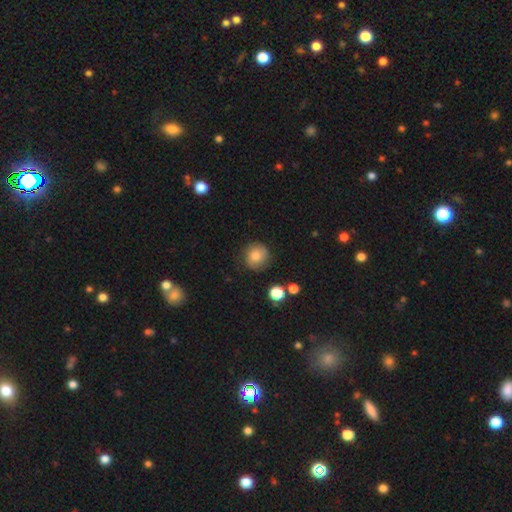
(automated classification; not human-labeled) Overall: smooth (78%). How rounded: round (92%). Merging: none (83%).